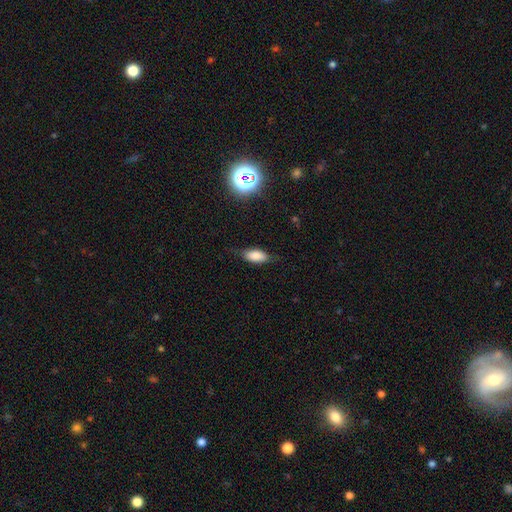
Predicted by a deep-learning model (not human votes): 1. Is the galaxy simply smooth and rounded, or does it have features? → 78% smooth, 13% featured or disk, 9% star or artifact.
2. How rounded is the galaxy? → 85% in between, 12% cigar-shaped, 3% round.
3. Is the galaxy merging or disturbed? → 72% none, 21% minor disturbance, 6% major disturbance, 1% merger.